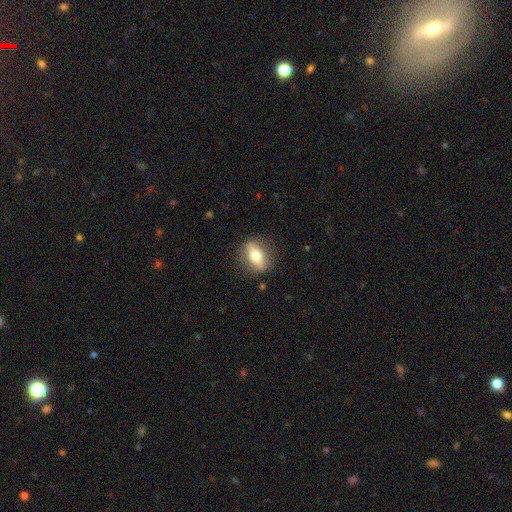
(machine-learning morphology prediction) Smooth or featured? featured or disk (47%)
Merging? none (84%)